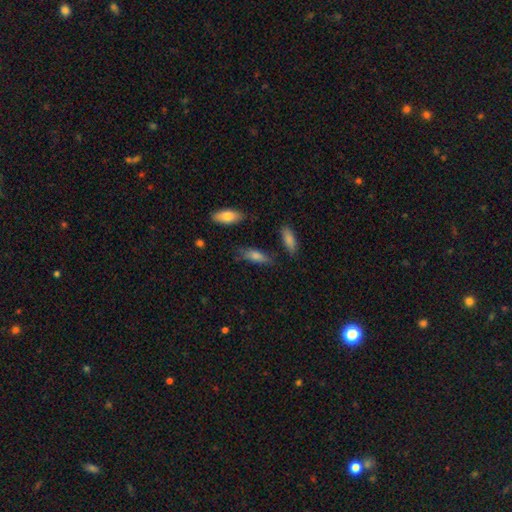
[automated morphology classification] A smooth galaxy with no disk features (73%) that is in between round and cigar-shaped (59%).

Vote fractions:
- Smooth or featured? smooth: 73% / featured or disk: 18% / star or artifact: 9%
- How rounded? in between: 59% / cigar-shaped: 38% / round: 3%
- Merging? none: 69% / minor disturbance: 20% / major disturbance: 5% / merger: 5%